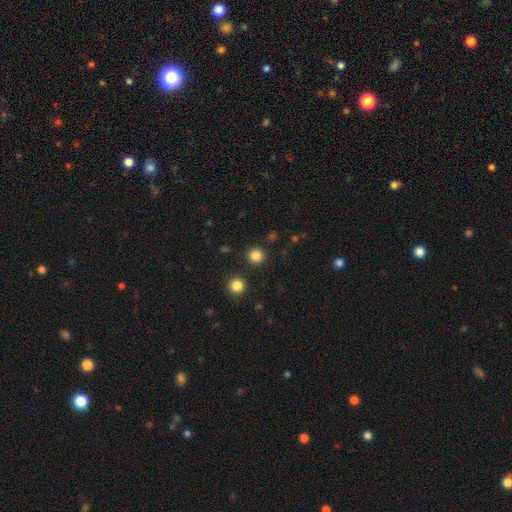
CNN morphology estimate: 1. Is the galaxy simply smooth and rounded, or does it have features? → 83% smooth, 13% star or artifact, 4% featured or disk.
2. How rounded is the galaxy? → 94% round, 5% in between, 1% cigar-shaped.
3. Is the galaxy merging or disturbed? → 90% none, 5% minor disturbance, 3% merger, 2% major disturbance.